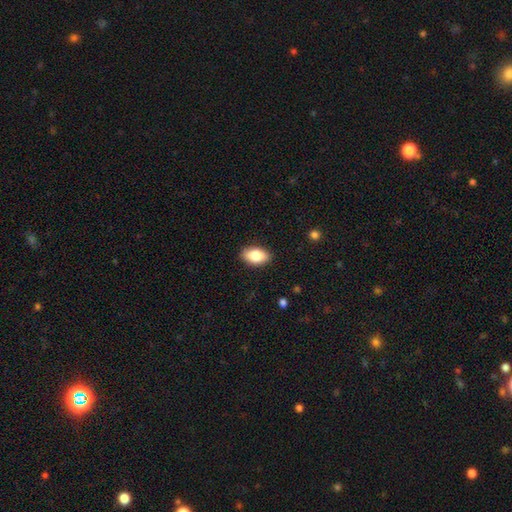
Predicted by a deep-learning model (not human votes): smooth_or_featured: smooth (p=0.80) [alt: featured or disk p=0.13]
how_rounded: in between (p=0.91) [alt: round p=0.06]
merging: none (p=0.88) [alt: minor disturbance p=0.09]